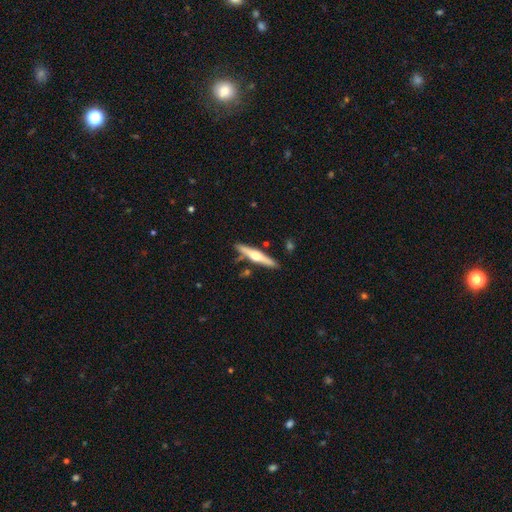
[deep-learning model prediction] This appears to be a featured or disk galaxy (63%) viewed edge-on (97%) with a rounded central bulge (91%). Merging: none (83%).